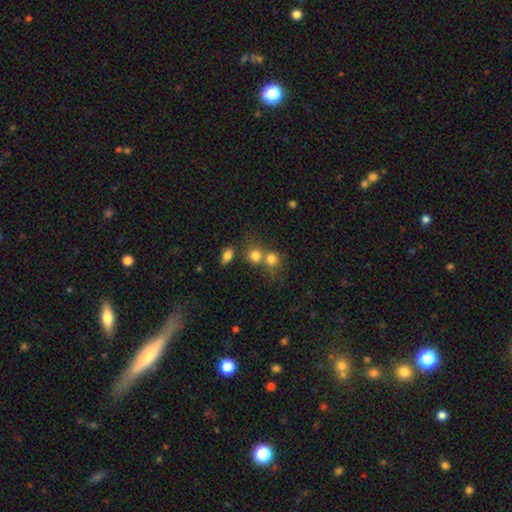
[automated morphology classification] Smooth or featured?
  - smooth: 78% *
  - star or artifact: 13%
  - featured or disk: 9%
How rounded?
  - round: 79% *
  - in between: 20%
  - cigar-shaped: 1%
Merging?
  - none: 45% *
  - merger: 42%
  - minor disturbance: 8%
  - major disturbance: 4%